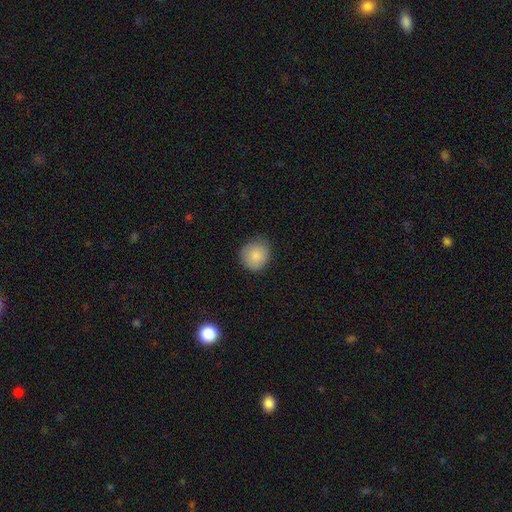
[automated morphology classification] Smooth or featured? smooth (85%)
How rounded? round (87%)
Merging? none (78%)